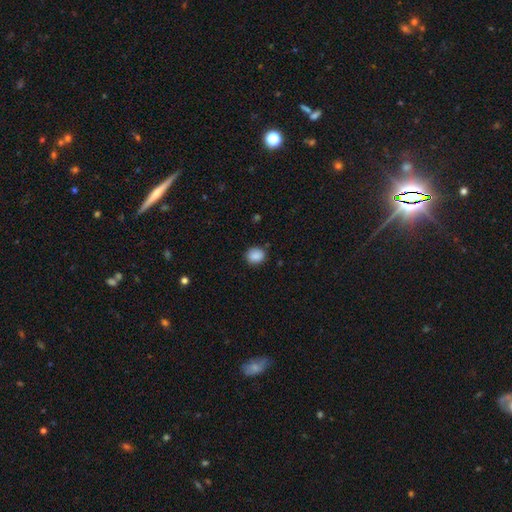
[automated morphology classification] Smooth or featured? smooth (88%)
How rounded? round (66%)
Merging? none (83%)